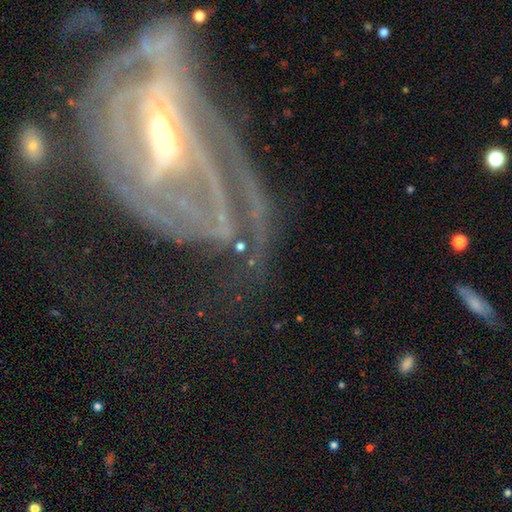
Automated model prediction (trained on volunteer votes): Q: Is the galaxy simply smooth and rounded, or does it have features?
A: featured or disk — 81%.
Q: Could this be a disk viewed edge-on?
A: no — 92%.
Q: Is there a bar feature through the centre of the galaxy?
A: strong — 37%.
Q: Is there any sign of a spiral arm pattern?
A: yes — 87%.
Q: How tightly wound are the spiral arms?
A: tight — 54%.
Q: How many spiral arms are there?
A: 2 — 30%.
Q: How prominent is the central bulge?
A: small — 48%.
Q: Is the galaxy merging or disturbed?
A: none — 50%.